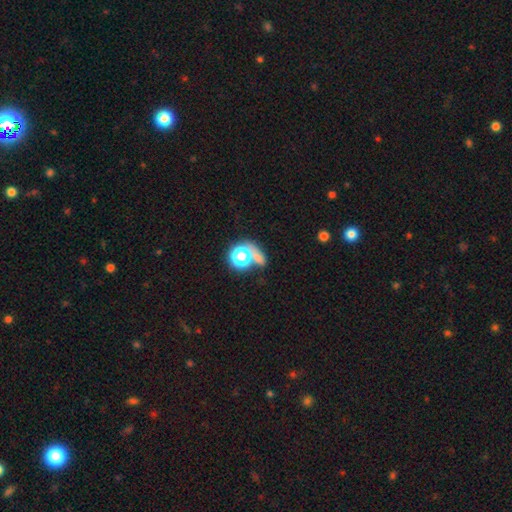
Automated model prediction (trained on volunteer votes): Smooth or featured? Predicted: smooth (p=0.56). How rounded? Predicted: round (p=0.62). Merging? Predicted: none (p=0.46).